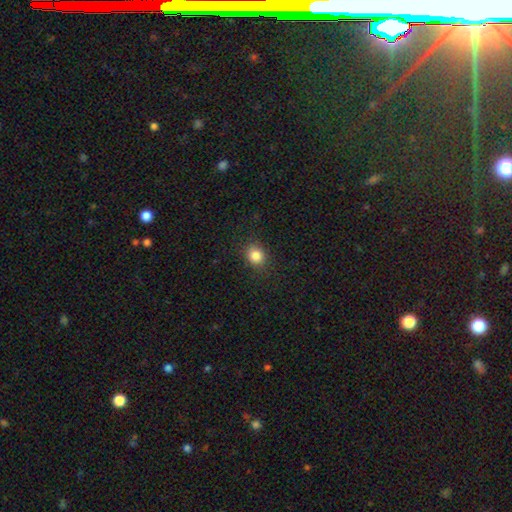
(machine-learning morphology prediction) type=smooth (85%); roundness=round (70%); merging=none (87%).